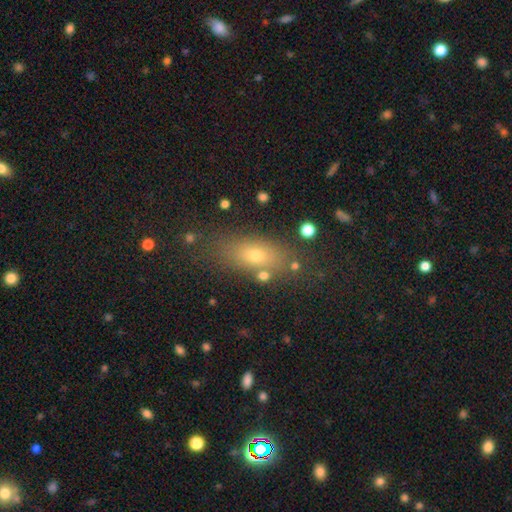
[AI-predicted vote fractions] A smooth galaxy with no disk features (66%) that is in between round and cigar-shaped (72%).

Vote fractions:
- Smooth or featured? smooth: 66% / featured or disk: 18% / star or artifact: 15%
- How rounded? in between: 72% / cigar-shaped: 16% / round: 12%
- Merging? none: 76% / minor disturbance: 13% / merger: 6% / major disturbance: 6%